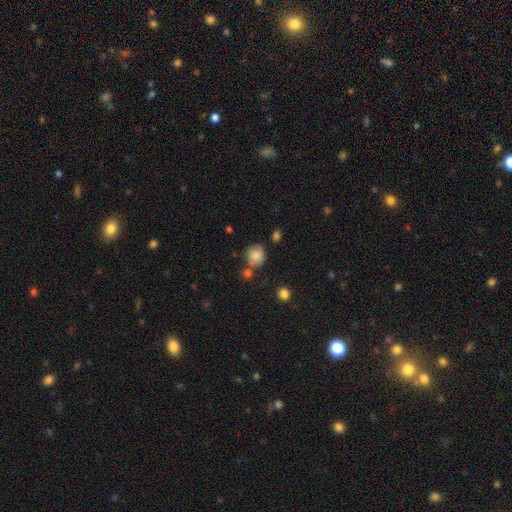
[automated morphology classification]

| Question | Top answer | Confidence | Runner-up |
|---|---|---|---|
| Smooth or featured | smooth | 82% | star or artifact (9%) |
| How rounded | round | 80% | in between (19%) |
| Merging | none | 58% | minor disturbance (19%) |